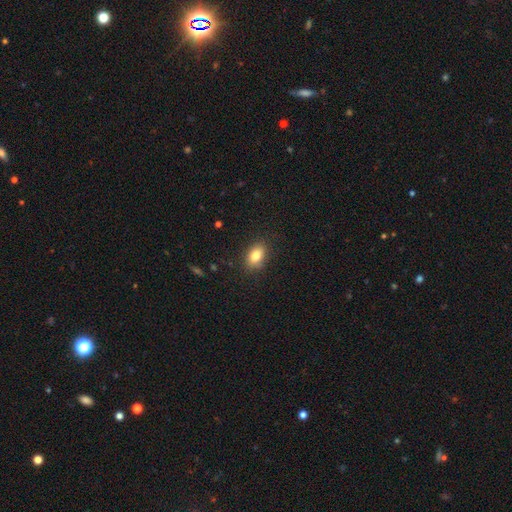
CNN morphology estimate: A smooth galaxy with no disk features (81%) that is in between round and cigar-shaped (82%). Merging: none (84%).